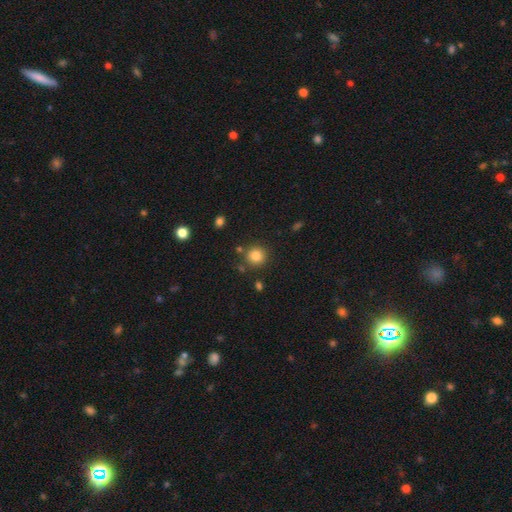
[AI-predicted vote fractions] smooth 83%, star or artifact 12%, featured or disk 6%. Down the decision tree: how rounded — round (91%); merging — none (83%).